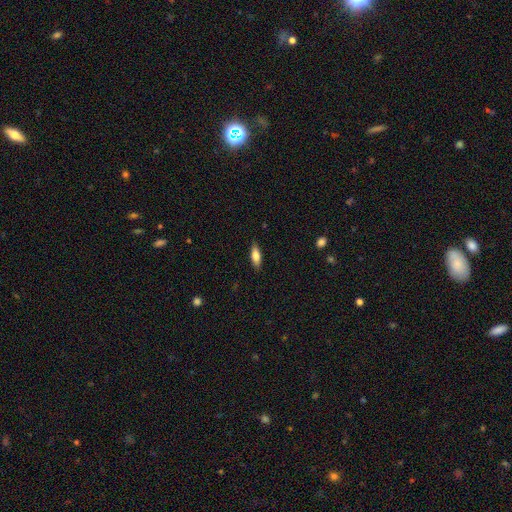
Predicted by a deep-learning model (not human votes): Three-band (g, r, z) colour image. It shows a smooth galaxy with no disk features (78%) that is in between round and cigar-shaped (64%). Merging: none (86%).